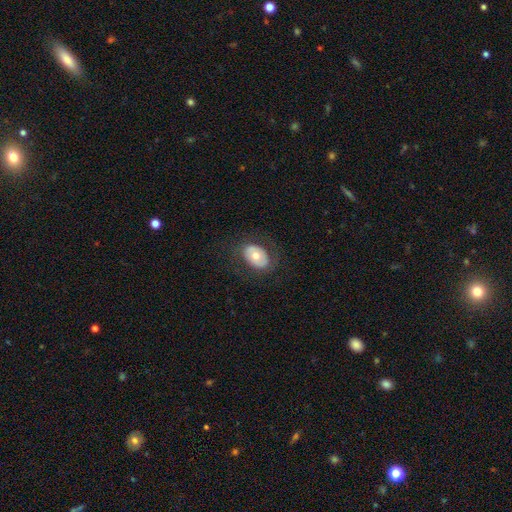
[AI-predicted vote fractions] Smooth or featured: smooth — 59% (featured or disk — 34%)
How rounded: in between — 82% (round — 16%)
Merging: none — 77% (minor disturbance — 14%)